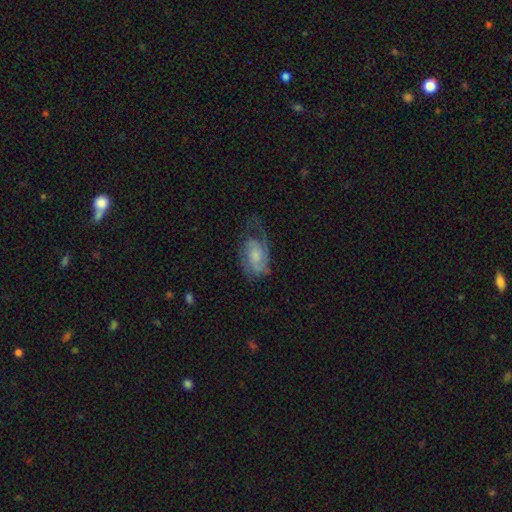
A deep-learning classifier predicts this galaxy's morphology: Smooth or featured? featured or disk (60%)
Edge-on disk? no (96%)
Bar? no (61%)
Spiral arms? yes (85%)
Bulge size? moderate (37%)
Merging? none (41%)